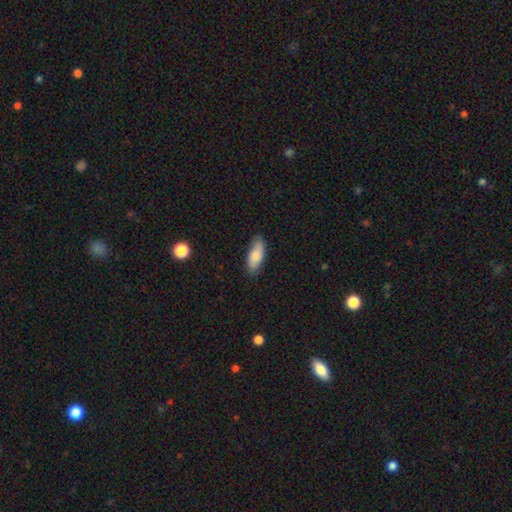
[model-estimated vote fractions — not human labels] This is clearly a smooth galaxy (81%). How rounded: likely in between (74%). Merging: clearly none (81%).